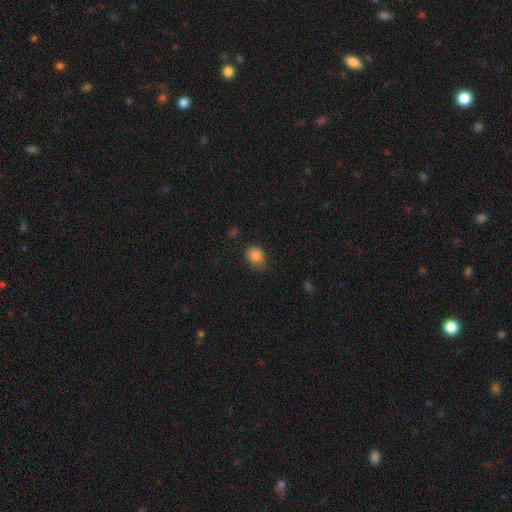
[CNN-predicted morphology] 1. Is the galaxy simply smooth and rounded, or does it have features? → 84% smooth, 10% star or artifact, 6% featured or disk.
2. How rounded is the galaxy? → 52% round, 47% in between, 1% cigar-shaped.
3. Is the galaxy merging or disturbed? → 68% none, 25% minor disturbance, 5% major disturbance, 2% merger.